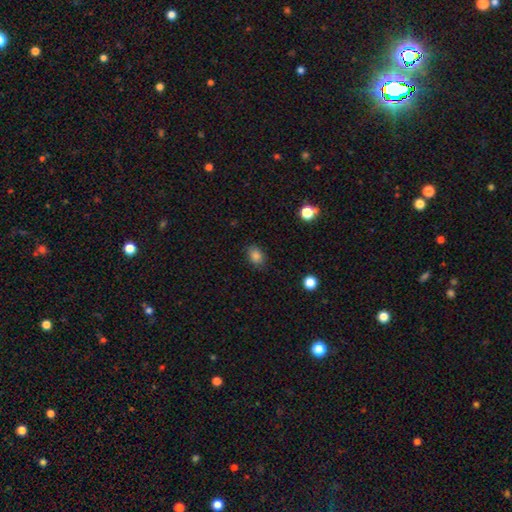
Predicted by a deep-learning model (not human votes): Smooth or featured? Predicted: smooth (p=0.84). How rounded? Predicted: in between (p=0.74). Merging? Predicted: none (p=0.81).